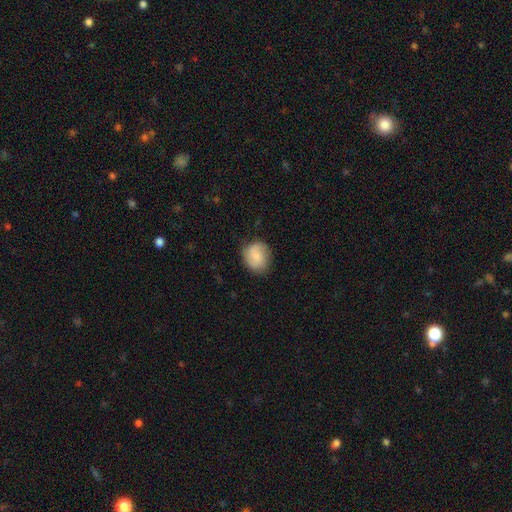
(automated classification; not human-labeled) Morphology: type=smooth (71%); roundness=round (69%); merging=none (75%).